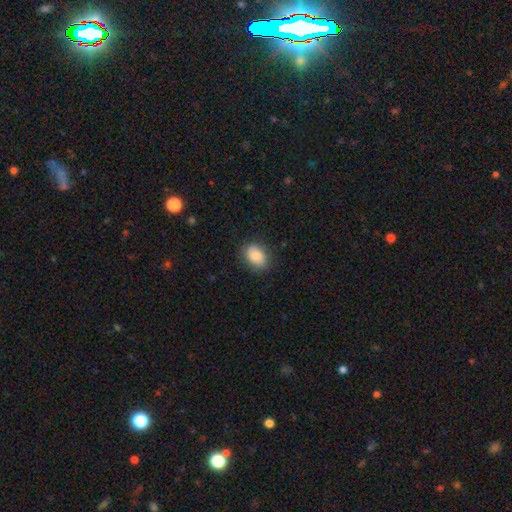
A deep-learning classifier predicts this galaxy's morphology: A smooth galaxy with no disk features (82%) that is in between round and cigar-shaped (73%). Merging: none (82%).